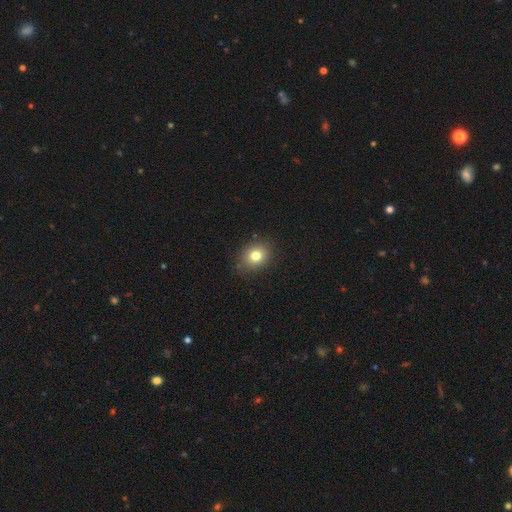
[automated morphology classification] A smooth galaxy with no disk features (79%) that is round (61%).

Vote fractions:
- Smooth or featured? smooth: 79% / star or artifact: 12% / featured or disk: 9%
- How rounded? round: 61% / in between: 38% / cigar-shaped: 1%
- Merging? none: 87% / minor disturbance: 10% / major disturbance: 3% / merger: 1%